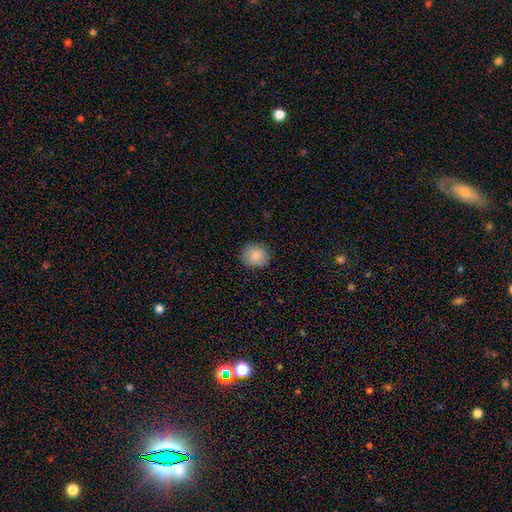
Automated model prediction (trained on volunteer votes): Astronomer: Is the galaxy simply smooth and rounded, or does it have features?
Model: smooth — 86%.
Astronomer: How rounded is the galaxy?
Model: round — 81%.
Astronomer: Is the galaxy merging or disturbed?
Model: none — 87%.